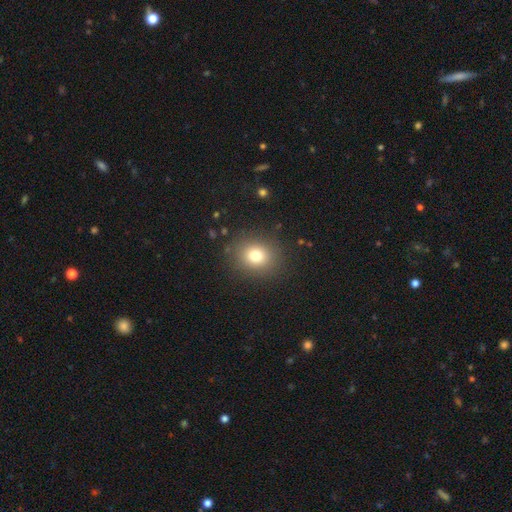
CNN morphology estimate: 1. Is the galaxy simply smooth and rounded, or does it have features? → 77% smooth, 14% star or artifact, 9% featured or disk.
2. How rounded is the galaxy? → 75% round, 25% in between, 1% cigar-shaped.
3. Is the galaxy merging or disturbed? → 87% none, 8% minor disturbance, 4% major disturbance, 1% merger.